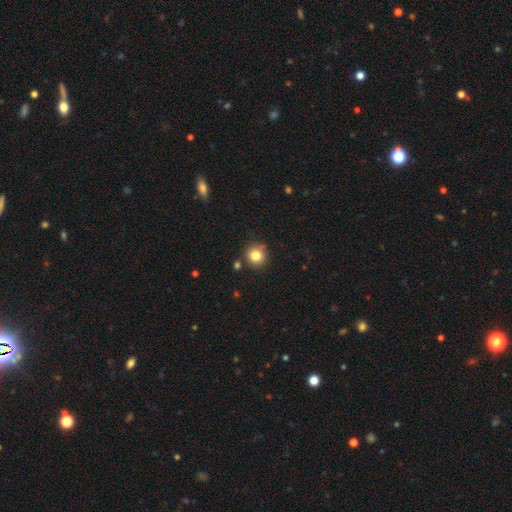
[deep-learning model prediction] Smooth or featured? Predicted: smooth (p=0.82). How rounded? Predicted: round (p=0.92). Merging? Predicted: none (p=0.83).